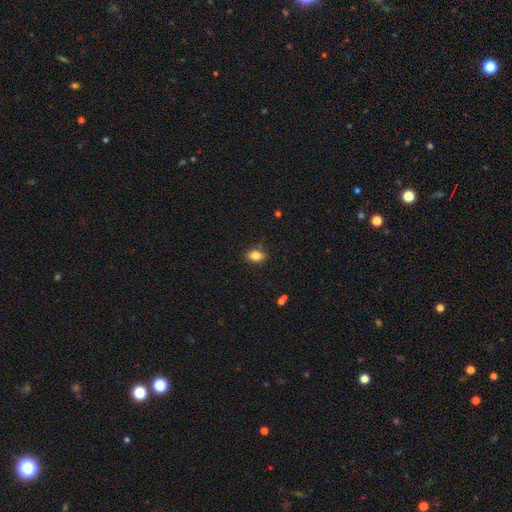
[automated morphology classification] type=smooth (83%); roundness=in between (74%); merging=none (80%).